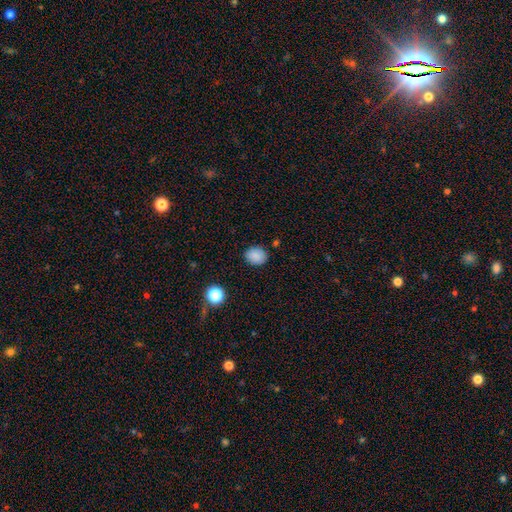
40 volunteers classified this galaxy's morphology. type=smooth (80%); roundness=in between (72%); merging=none (86%).